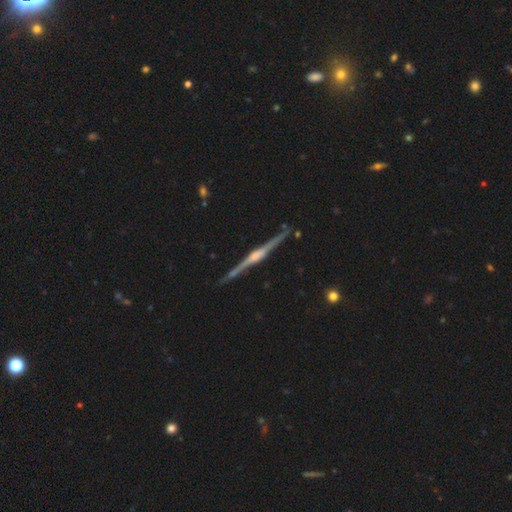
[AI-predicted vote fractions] Q: Smooth or featured?
A: featured or disk (88%); runner-up: smooth (7%)
Q: Edge-on disk?
A: yes (98%); runner-up: no (2%)
Q: Edge-on bulge?
A: rounded (73%); runner-up: boxy (19%)
Q: Merging?
A: none (89%); runner-up: minor disturbance (8%)